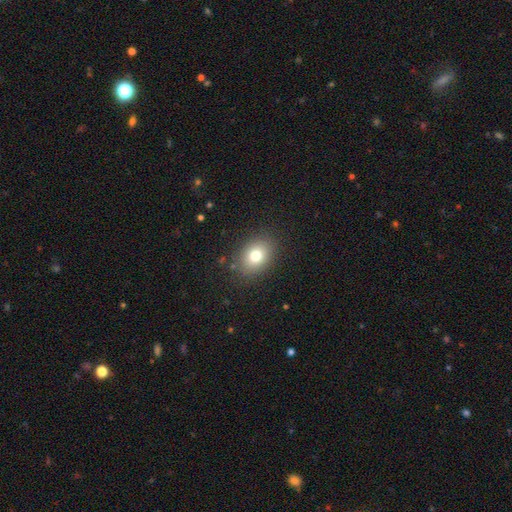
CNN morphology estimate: Overall: smooth (77%). How rounded: in between (68%; round 31%). Merging: none (86%).